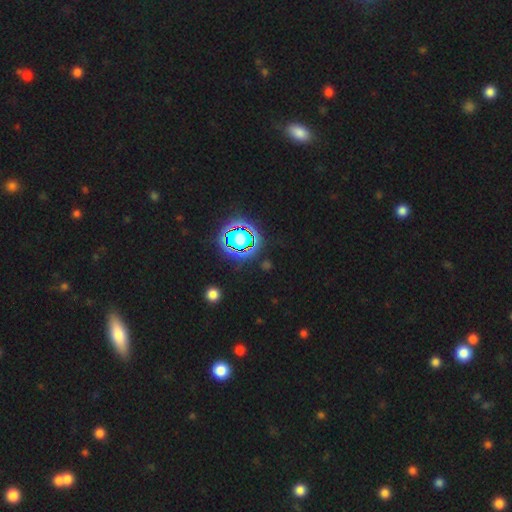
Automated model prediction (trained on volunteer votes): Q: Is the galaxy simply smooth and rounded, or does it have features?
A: star or artifact — 77%.